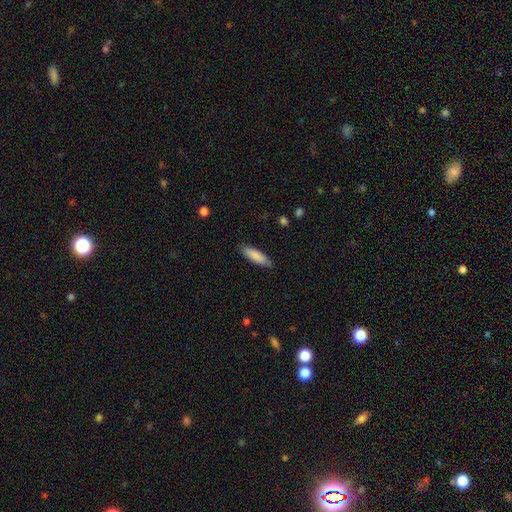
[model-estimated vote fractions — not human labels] smooth-or-featured: smooth: 86% | featured or disk: 8% | star or artifact: 5%
  how-rounded: cigar-shaped: 61% | in between: 38% | round: 1%
  merging: none: 87% | minor disturbance: 10% | major disturbance: 2% | merger: 1%